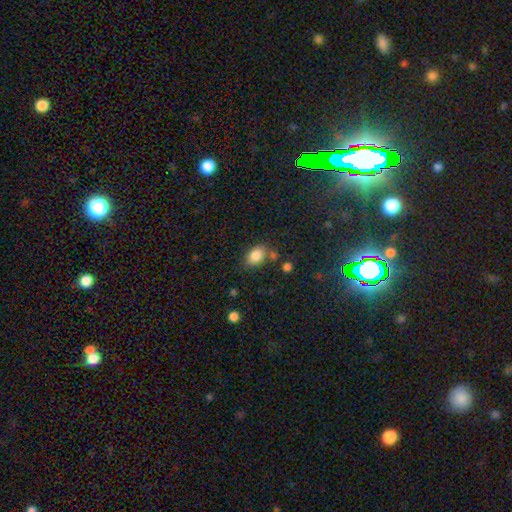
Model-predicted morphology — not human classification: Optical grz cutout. It shows a smooth galaxy with no disk features (85%) that is in between round and cigar-shaped (80%). Merging: none (69%).